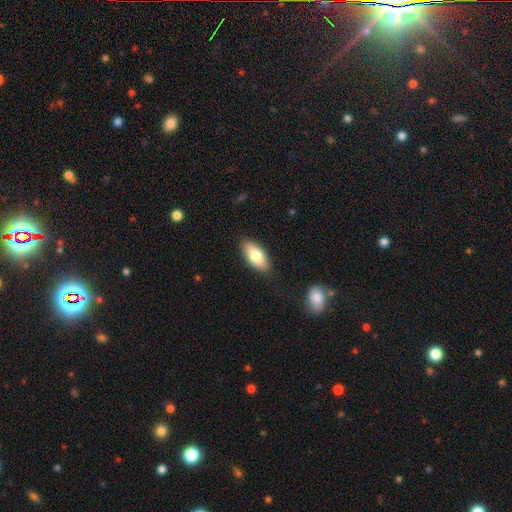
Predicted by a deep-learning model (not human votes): The model was most divided on "smooth or featured": smooth: 77%, featured or disk: 17%, star or artifact: 6%. More confident: how rounded — in between (86%); merging — none (86%).